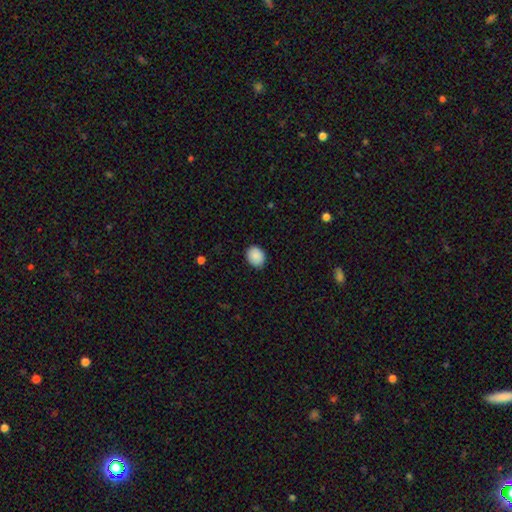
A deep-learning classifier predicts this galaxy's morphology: Smooth or featured? Predicted: smooth (p=0.88). How rounded? Predicted: round (p=0.59). Merging? Predicted: none (p=0.86).